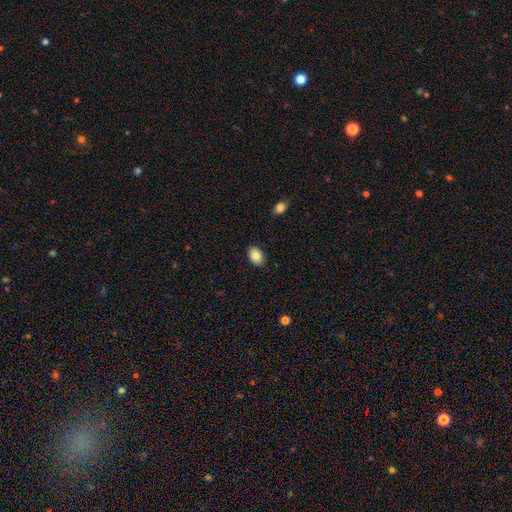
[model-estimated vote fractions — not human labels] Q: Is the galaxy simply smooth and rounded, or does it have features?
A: smooth — 85%.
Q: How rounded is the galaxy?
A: in between — 87%.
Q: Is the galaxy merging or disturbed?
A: none — 88%.